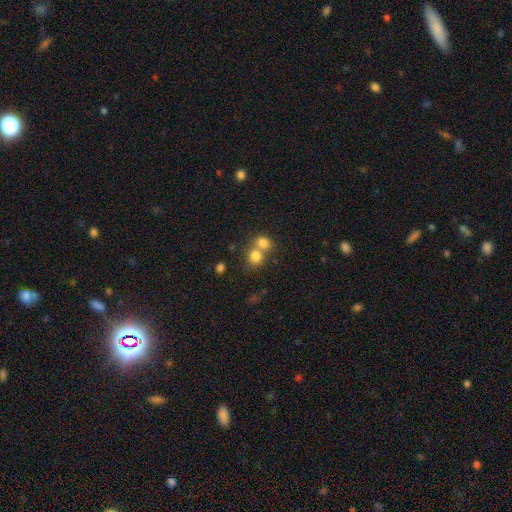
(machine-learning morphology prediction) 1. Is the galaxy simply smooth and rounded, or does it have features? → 79% smooth, 11% star or artifact, 11% featured or disk.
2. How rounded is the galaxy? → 72% round, 27% in between, 1% cigar-shaped.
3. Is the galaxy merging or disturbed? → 56% merger, 35% none, 6% minor disturbance, 3% major disturbance.